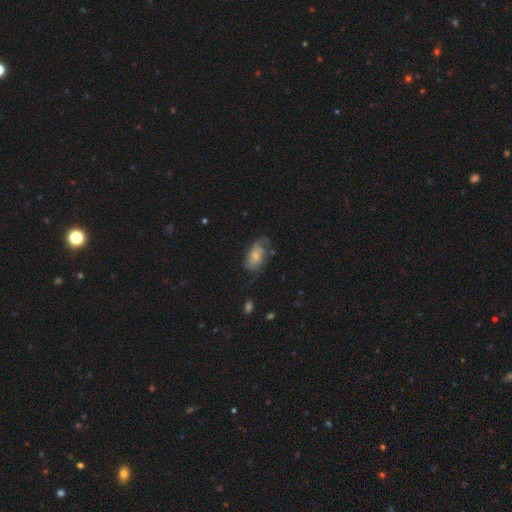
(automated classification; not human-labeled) This appears to be a smooth galaxy with no disk features (47%). Merging: none (52%).